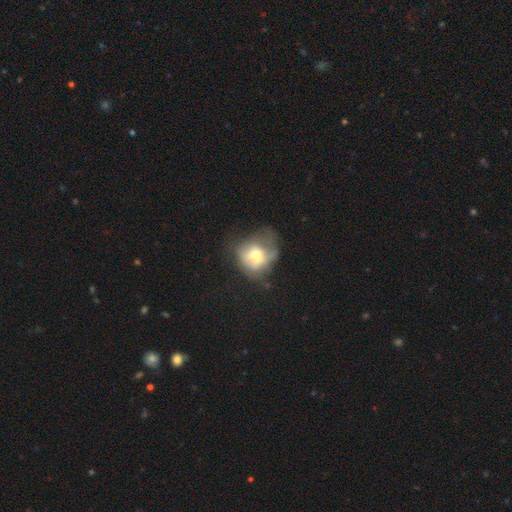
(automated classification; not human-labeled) Morphology: type=smooth (56%); roundness=round (59%); merging=major disturbance (38%).